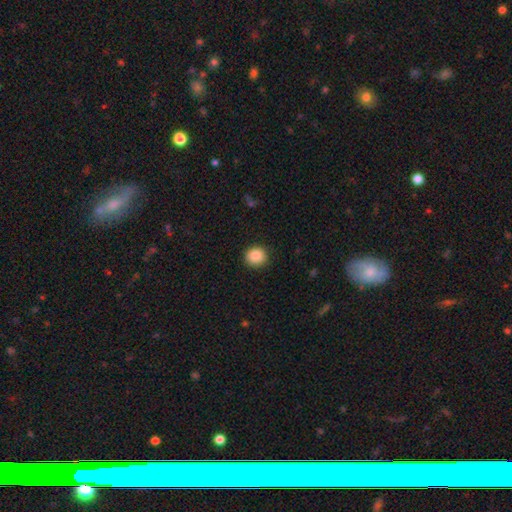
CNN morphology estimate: A smooth galaxy with no disk features (88%) that is round (87%).

Vote fractions:
- Smooth or featured? smooth: 88% / star or artifact: 9% / featured or disk: 3%
- How rounded? round: 87% / in between: 12% / cigar-shaped: 1%
- Merging? none: 89% / minor disturbance: 8% / major disturbance: 2% / merger: 1%